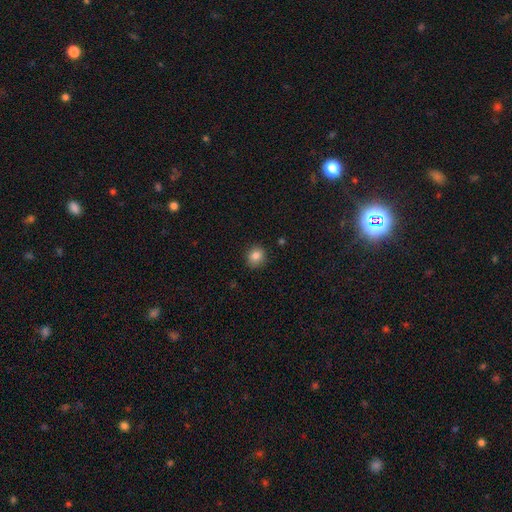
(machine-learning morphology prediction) This appears to be a smooth galaxy with no disk features (84%) that is round (83%). Merging: none (88%).